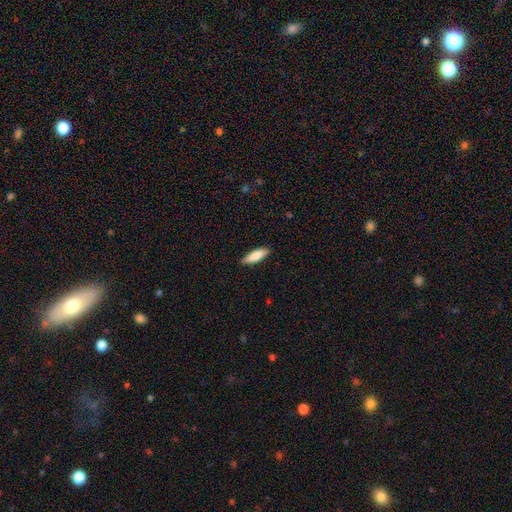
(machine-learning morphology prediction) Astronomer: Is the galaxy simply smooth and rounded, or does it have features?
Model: smooth — 83%.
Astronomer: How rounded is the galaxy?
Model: cigar-shaped — 50% (runner-up: in between, 48%).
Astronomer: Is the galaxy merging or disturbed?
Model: none — 89%.